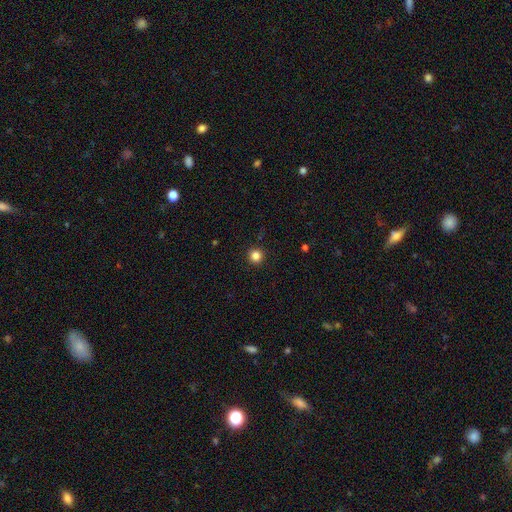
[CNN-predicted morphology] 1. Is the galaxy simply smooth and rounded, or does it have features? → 84% smooth, 12% star or artifact, 4% featured or disk.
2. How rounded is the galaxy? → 96% round, 3% in between, 1% cigar-shaped.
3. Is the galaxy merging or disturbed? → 93% none, 5% minor disturbance, 2% major disturbance, 1% merger.